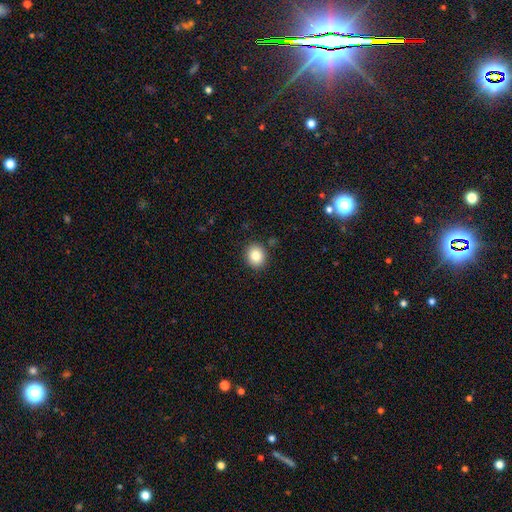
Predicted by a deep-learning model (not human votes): A smooth galaxy with no disk features (83%) that is round (69%).

Vote fractions:
- Smooth or featured? smooth: 83% / star or artifact: 10% / featured or disk: 7%
- How rounded? round: 69% / in between: 30% / cigar-shaped: 1%
- Merging? none: 88% / minor disturbance: 8% / major disturbance: 2% / merger: 2%